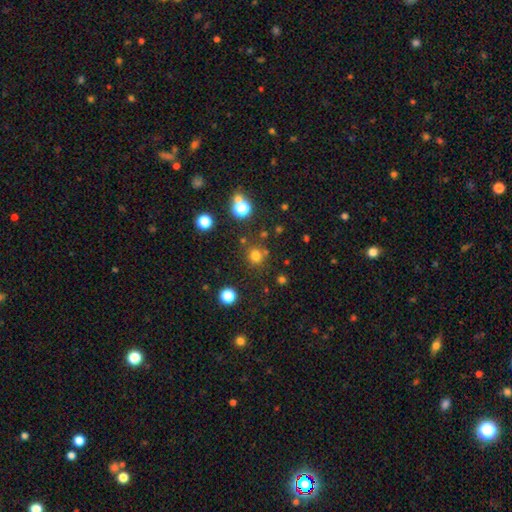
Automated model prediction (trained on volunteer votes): This is likely a smooth galaxy (73%). How rounded: clearly round (92%). Merging: likely none (80%).